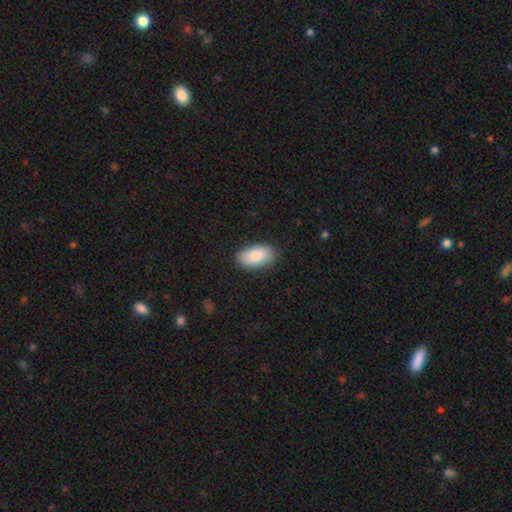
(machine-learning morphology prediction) Q: Smooth or featured?
A: smooth (87%); runner-up: featured or disk (7%)
Q: How rounded?
A: in between (95%); runner-up: round (3%)
Q: Merging?
A: none (86%); runner-up: minor disturbance (11%)